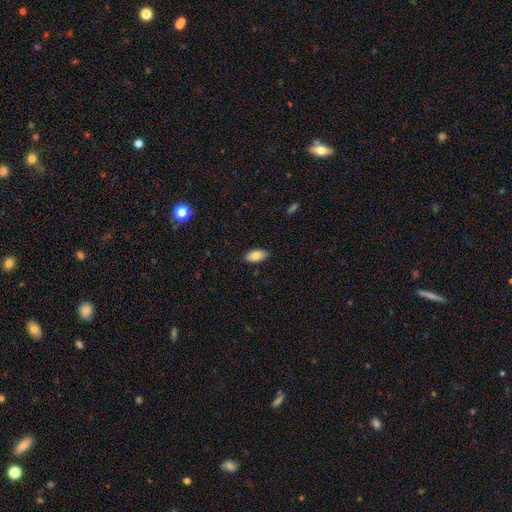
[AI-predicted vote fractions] Smooth or featured?
  - smooth: 82% *
  - featured or disk: 11%
  - star or artifact: 7%
How rounded?
  - in between: 94% *
  - cigar-shaped: 4%
  - round: 3%
Merging?
  - none: 86% *
  - minor disturbance: 11%
  - major disturbance: 2%
  - merger: 1%